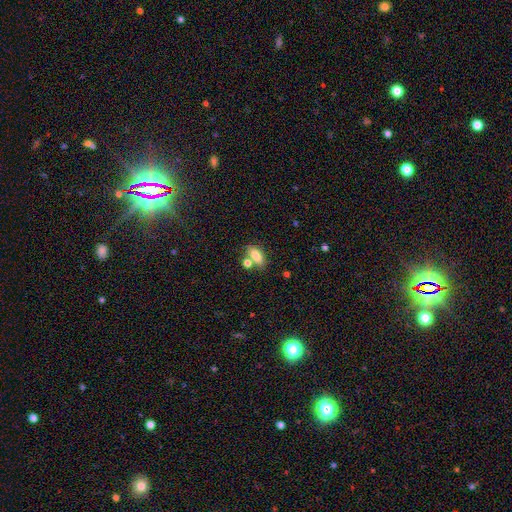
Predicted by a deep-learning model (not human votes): A smooth galaxy with no disk features (79%) that is in between round and cigar-shaped (80%). Merging: none (58%).